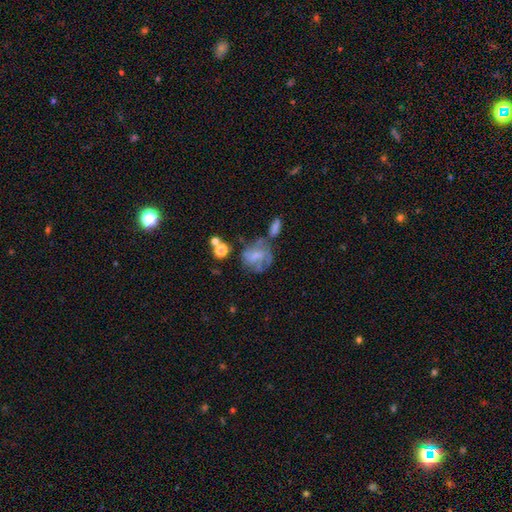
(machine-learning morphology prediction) smooth-or-featured: featured or disk: 48% | smooth: 40% | star or artifact: 12%
  merging: none: 36% | major disturbance: 27% | minor disturbance: 21% | merger: 16%